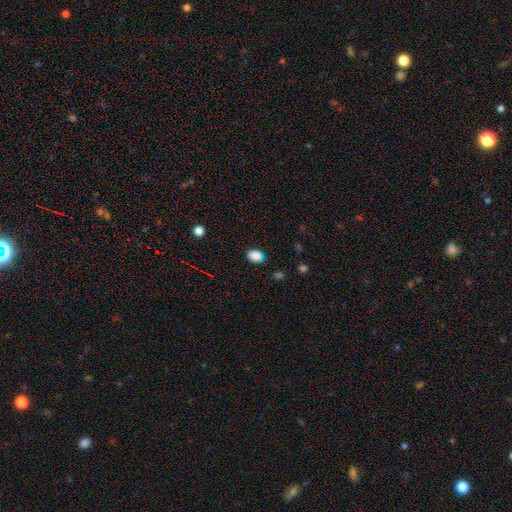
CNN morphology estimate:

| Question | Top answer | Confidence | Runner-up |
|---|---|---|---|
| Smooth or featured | smooth | 85% | star or artifact (12%) |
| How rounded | in between | 69% | round (30%) |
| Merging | none | 80% | minor disturbance (15%) |